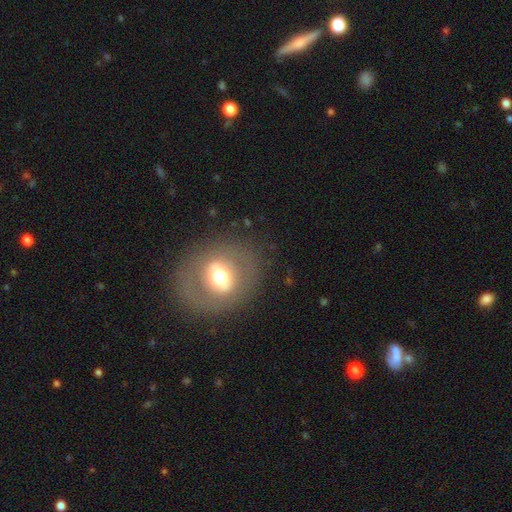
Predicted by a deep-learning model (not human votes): Smooth or featured? smooth (46%)
Merging? none (82%)